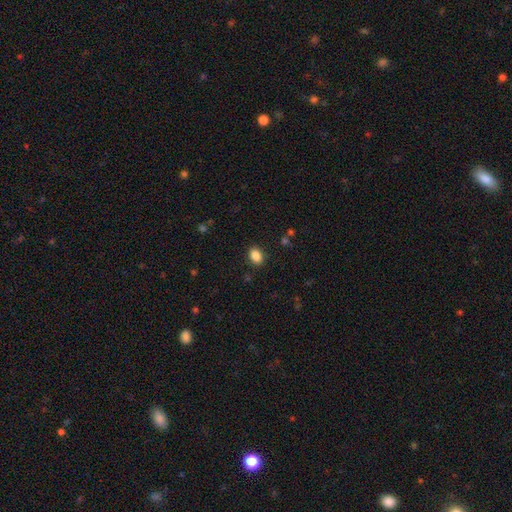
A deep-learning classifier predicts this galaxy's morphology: Smooth or featured? Predicted: smooth (p=0.87). How rounded? Predicted: in between (p=0.77). Merging? Predicted: none (p=0.88).